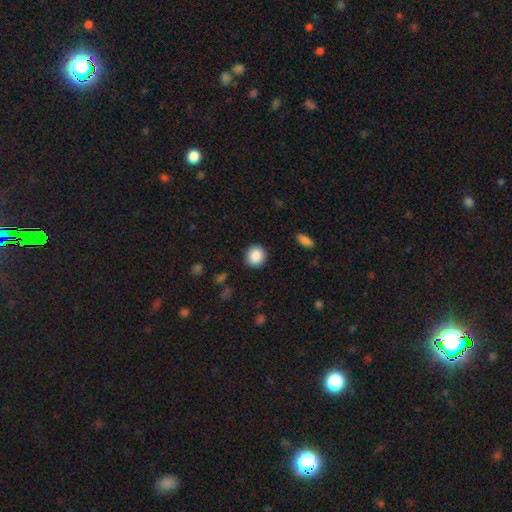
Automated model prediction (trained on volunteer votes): This appears to be a smooth galaxy with no disk features (88%) that is round (84%). Merging: none (90%).